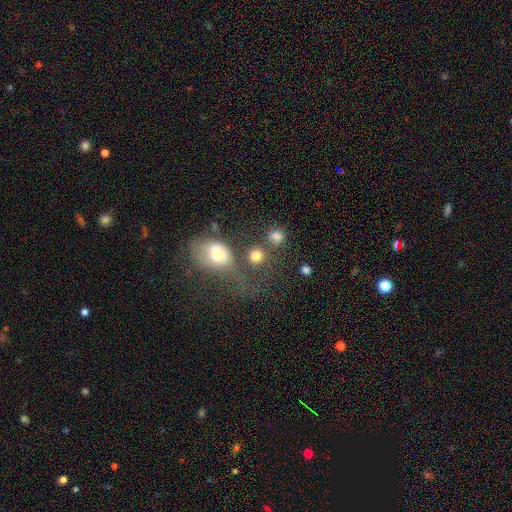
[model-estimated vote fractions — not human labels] Smooth or featured? Predicted: smooth (p=0.79). How rounded? Predicted: round (p=0.83). Merging? Predicted: none (p=0.54).